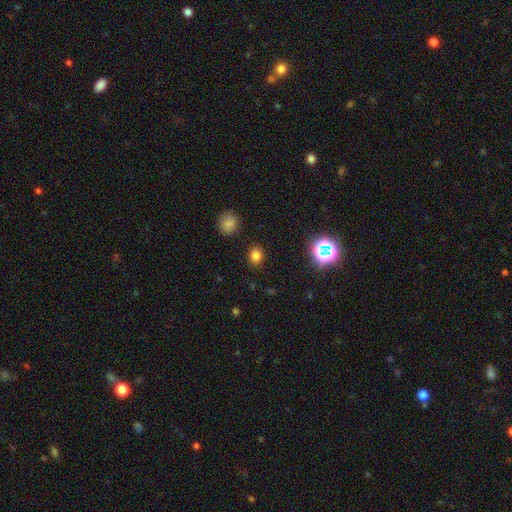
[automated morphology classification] smooth 79%, star or artifact 17%, featured or disk 5%. Down the decision tree: how rounded — round (65%); merging — none (88%).